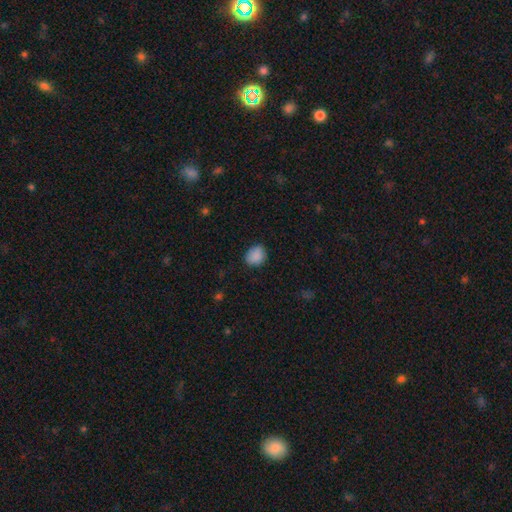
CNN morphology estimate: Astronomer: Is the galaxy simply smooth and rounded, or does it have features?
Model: smooth — 88%.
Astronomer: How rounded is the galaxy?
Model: round — 52% (runner-up: in between, 47%).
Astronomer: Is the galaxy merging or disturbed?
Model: none — 78%.